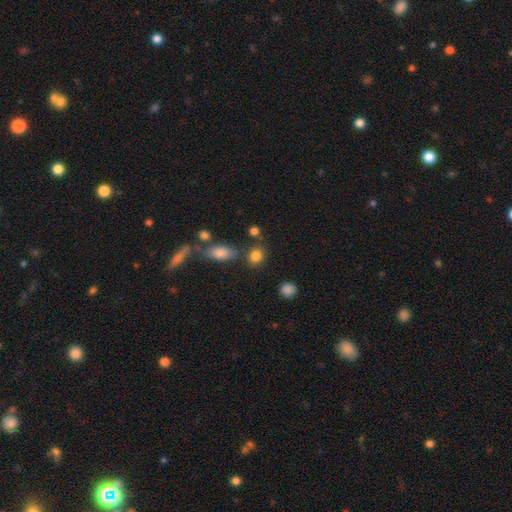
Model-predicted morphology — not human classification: This appears to be a smooth galaxy with no disk features (84%) that is round (69%). Merging: none (72%).